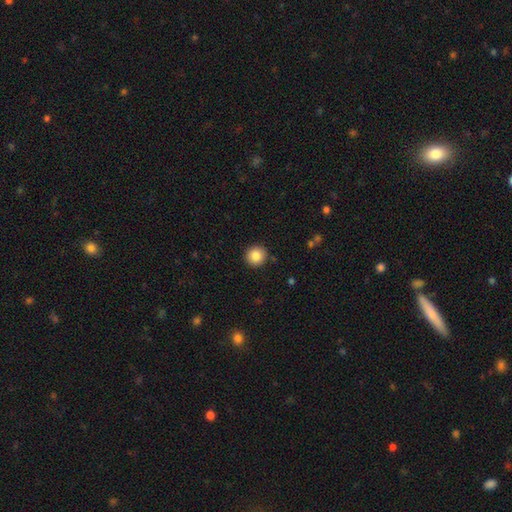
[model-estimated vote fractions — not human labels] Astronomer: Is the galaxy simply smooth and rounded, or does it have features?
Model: smooth — 85%.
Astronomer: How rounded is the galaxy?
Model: round — 93%.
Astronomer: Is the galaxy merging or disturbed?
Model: none — 91%.